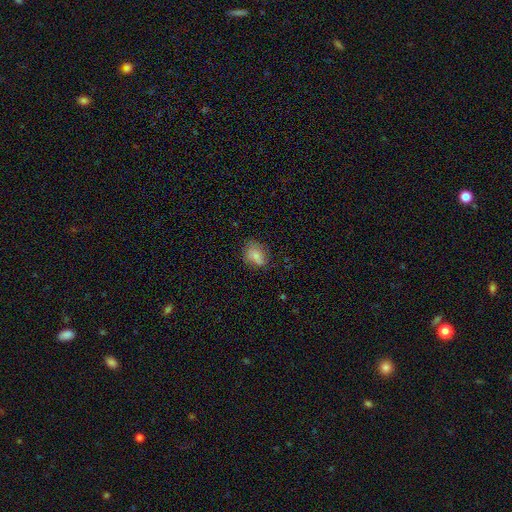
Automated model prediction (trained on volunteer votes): A smooth galaxy with no disk features (76%) that is in between round and cigar-shaped (76%). Merging: none (63%).